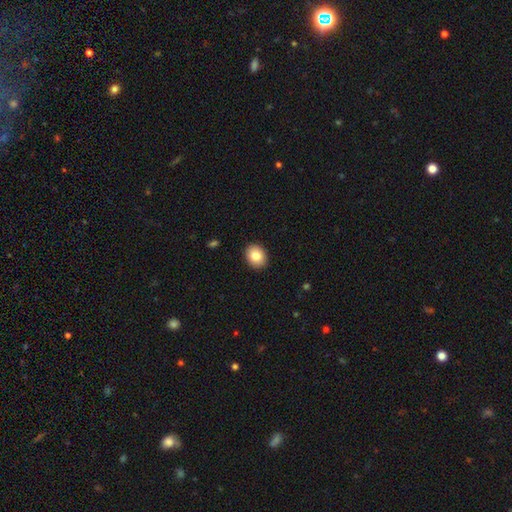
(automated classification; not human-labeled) Smooth or featured?
  - smooth: 83% *
  - featured or disk: 9%
  - star or artifact: 8%
How rounded?
  - round: 53% *
  - in between: 47%
  - cigar-shaped: 1%
Merging?
  - none: 91% *
  - minor disturbance: 6%
  - major disturbance: 2%
  - merger: 1%